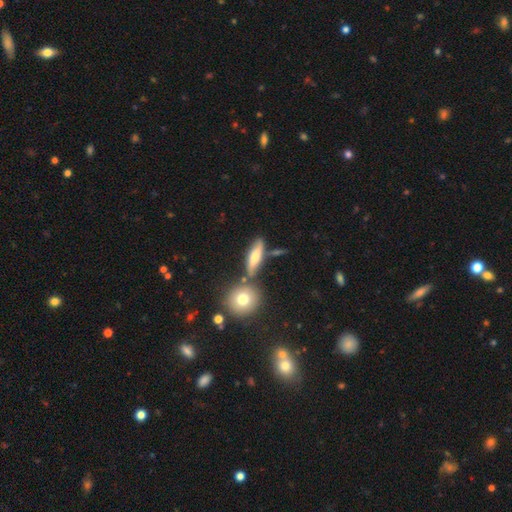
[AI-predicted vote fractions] Smooth or featured?
  - smooth: 56% *
  - featured or disk: 36%
  - star or artifact: 8%
How rounded?
  - cigar-shaped: 50% *
  - in between: 42%
  - round: 7%
Merging?
  - none: 70% *
  - minor disturbance: 13%
  - merger: 13%
  - major disturbance: 4%